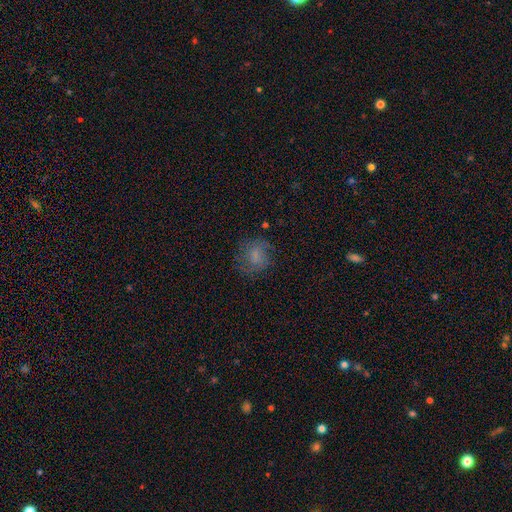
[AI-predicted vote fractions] The model was most divided on "smooth or featured": smooth: 61%, featured or disk: 27%, star or artifact: 12%. More confident: how rounded — round (71%); merging — none (66%).